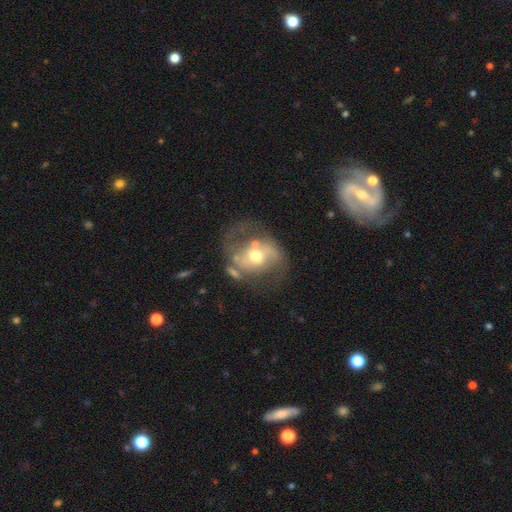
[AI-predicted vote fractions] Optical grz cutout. It shows a featured or disk galaxy (73%) with no bar (46%), spiral arms (68%) and a moderate central bulge (71%). Merging: none (55%).